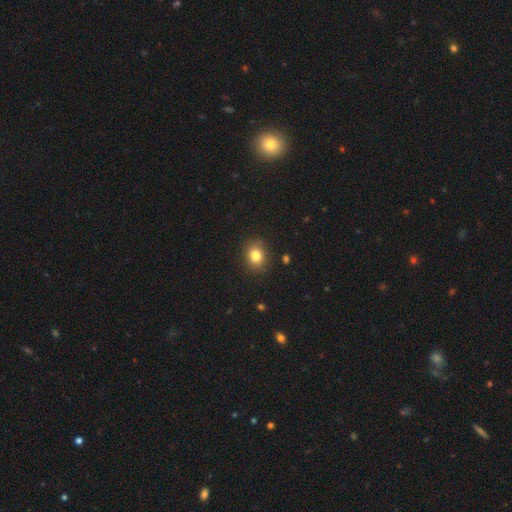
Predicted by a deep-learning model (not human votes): Morphology: type=smooth (81%); roundness=round (62%); merging=none (86%).